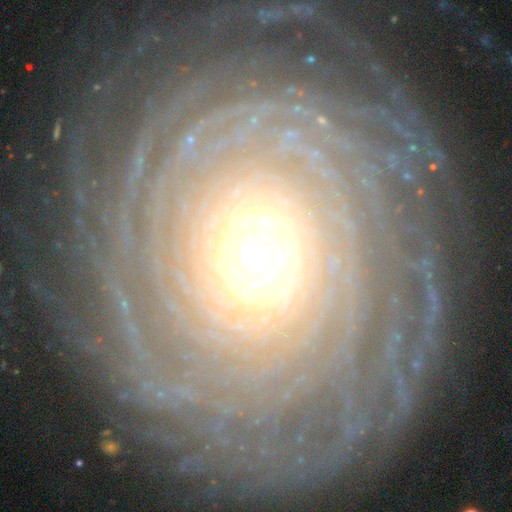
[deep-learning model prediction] Smooth or featured? featured or disk (87%)
Edge-on disk? no (96%)
Bar? no (77%)
Spiral arms? yes (96%)
Spiral winding? tight (89%)
Spiral arm count? more than 4 (40%)
Bulge size? moderate (56%)
Merging? none (82%)